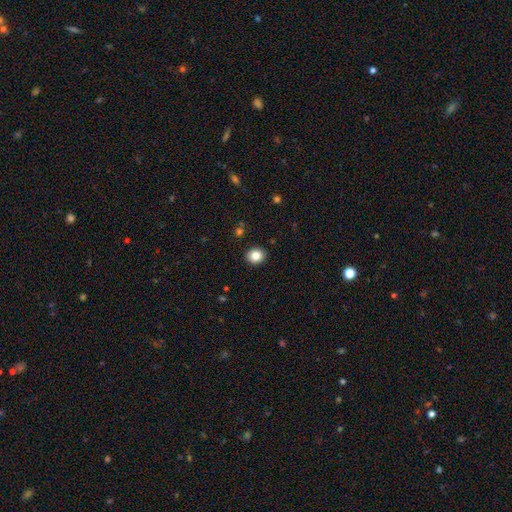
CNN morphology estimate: Smooth or featured?
  - smooth: 84% *
  - star or artifact: 10%
  - featured or disk: 6%
How rounded?
  - round: 73% *
  - in between: 26%
  - cigar-shaped: 1%
Merging?
  - none: 91% *
  - minor disturbance: 6%
  - major disturbance: 2%
  - merger: 1%